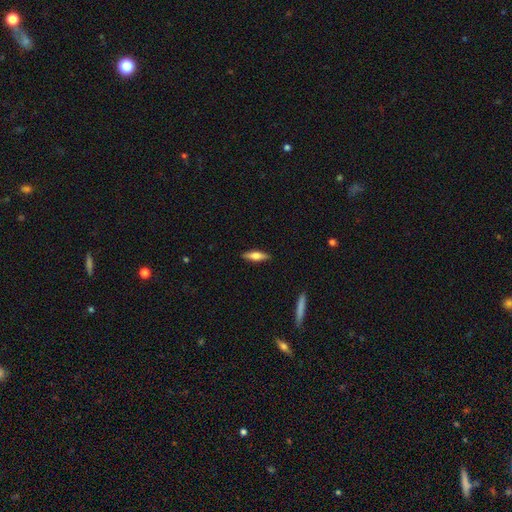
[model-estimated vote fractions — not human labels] smooth 56%, featured or disk 38%, star or artifact 6%. Down the decision tree: how rounded — cigar-shaped (61%); merging — none (89%).